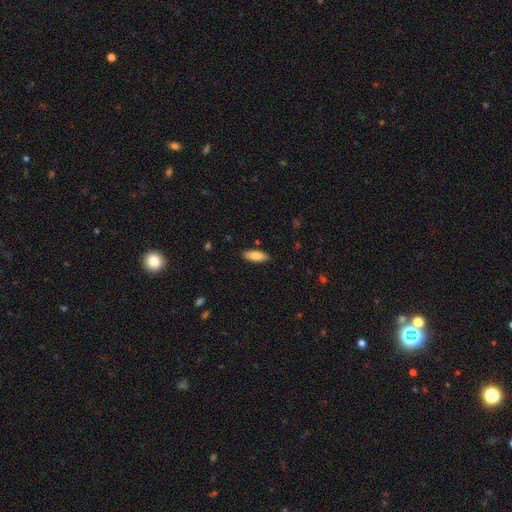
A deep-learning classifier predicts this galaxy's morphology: smooth_or_featured: smooth (p=0.86) [alt: featured or disk p=0.08]
how_rounded: in between (p=0.66) [alt: cigar-shaped p=0.33]
merging: none (p=0.88) [alt: minor disturbance p=0.09]